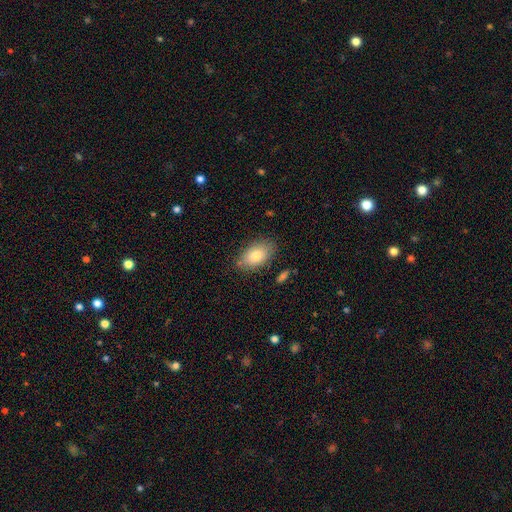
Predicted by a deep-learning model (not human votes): Smooth or featured: smooth — 79% (featured or disk — 13%)
How rounded: in between — 90% (round — 8%)
Merging: none — 81% (minor disturbance — 13%)